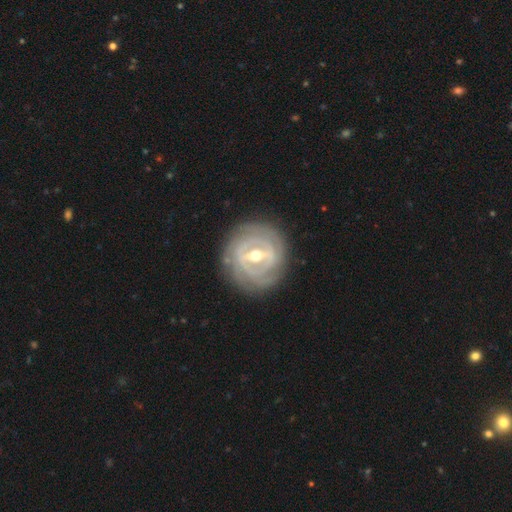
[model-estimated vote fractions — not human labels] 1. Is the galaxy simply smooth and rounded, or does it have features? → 87% featured or disk, 9% smooth, 4% star or artifact.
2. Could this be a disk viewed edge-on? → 95% no, 5% yes.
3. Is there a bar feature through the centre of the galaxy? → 58% strong, 32% weak, 10% no.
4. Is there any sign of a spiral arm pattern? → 84% yes, 16% no.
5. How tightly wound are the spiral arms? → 82% tight, 14% medium, 4% loose.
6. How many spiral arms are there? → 40% can't tell, 23% 2, 17% 3, 9% 4, 5% more than 4, 5% 1.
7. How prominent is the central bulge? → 67% moderate, 29% small, 3% large, 1% none, 1% dominant.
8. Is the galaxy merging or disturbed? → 84% none, 11% minor disturbance, 4% major disturbance, 1% merger.